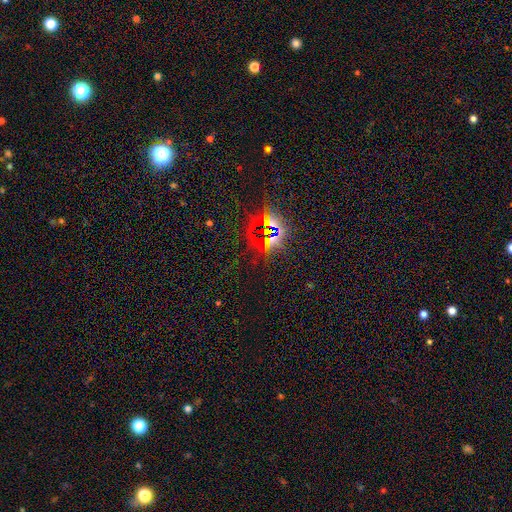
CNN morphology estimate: Smooth or featured? Predicted: star or artifact (p=0.82).